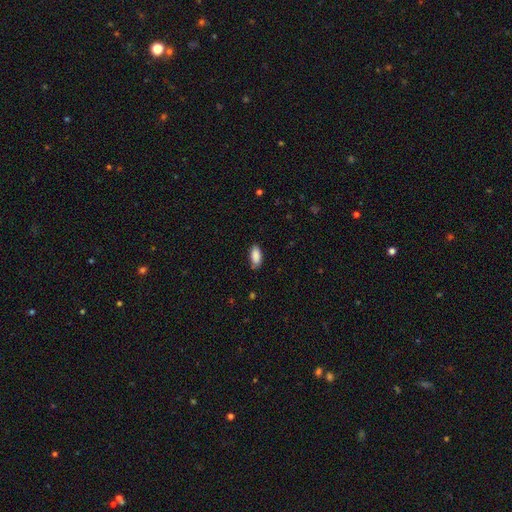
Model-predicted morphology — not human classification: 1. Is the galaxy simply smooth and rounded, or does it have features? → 89% smooth, 7% star or artifact, 5% featured or disk.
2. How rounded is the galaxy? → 89% in between, 9% cigar-shaped, 2% round.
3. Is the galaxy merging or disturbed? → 76% none, 20% minor disturbance, 3% major disturbance, 1% merger.